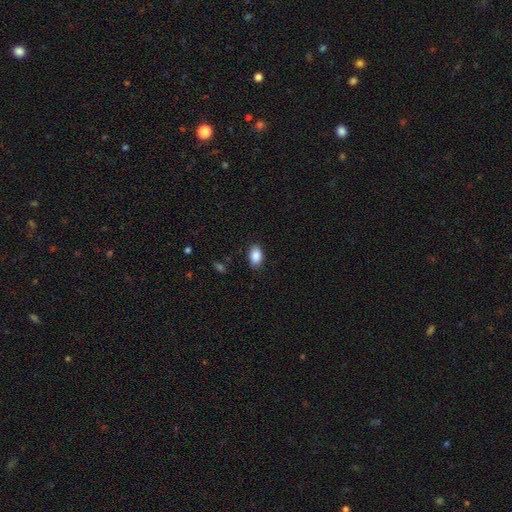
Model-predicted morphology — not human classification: smooth-or-featured: smooth: 89% | star or artifact: 7% | featured or disk: 4%
  how-rounded: in between: 89% | round: 9% | cigar-shaped: 1%
  merging: none: 88% | minor disturbance: 9% | major disturbance: 2% | merger: 1%